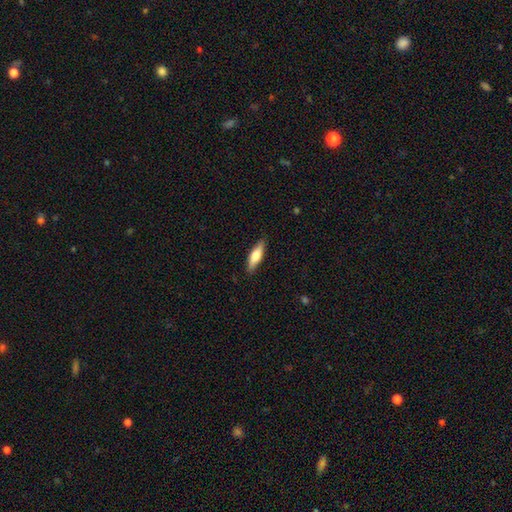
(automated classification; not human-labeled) Smooth or featured?
  - smooth: 62% *
  - featured or disk: 32%
  - star or artifact: 5%
How rounded?
  - cigar-shaped: 57% *
  - in between: 41%
  - round: 2%
Merging?
  - none: 86% *
  - minor disturbance: 11%
  - major disturbance: 2%
  - merger: 1%